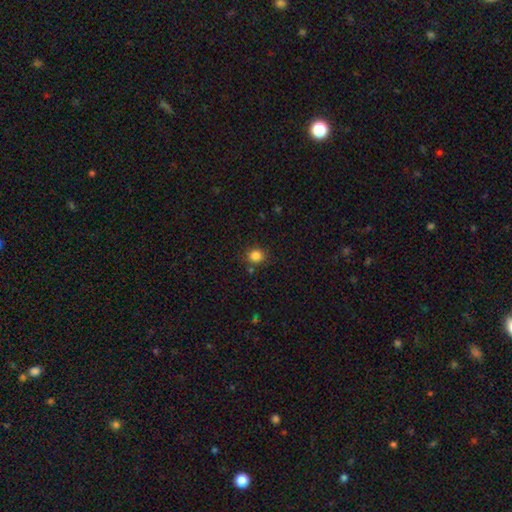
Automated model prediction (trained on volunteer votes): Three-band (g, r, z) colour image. It shows a smooth galaxy with no disk features (84%) that is round (84%). Merging: none (83%).